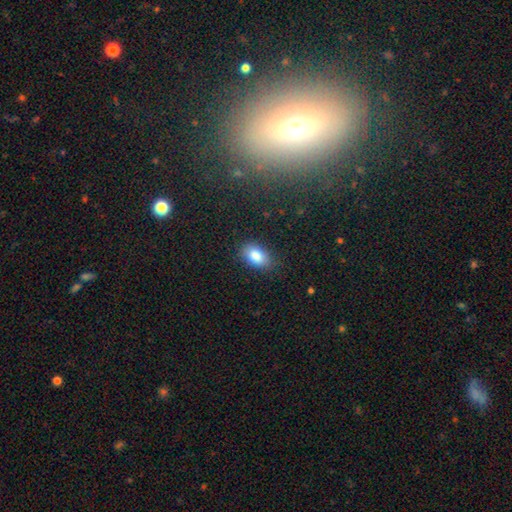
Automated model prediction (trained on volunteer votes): Smooth or featured: smooth — 86% (star or artifact — 8%)
How rounded: in between — 90% (round — 8%)
Merging: none — 81% (minor disturbance — 14%)